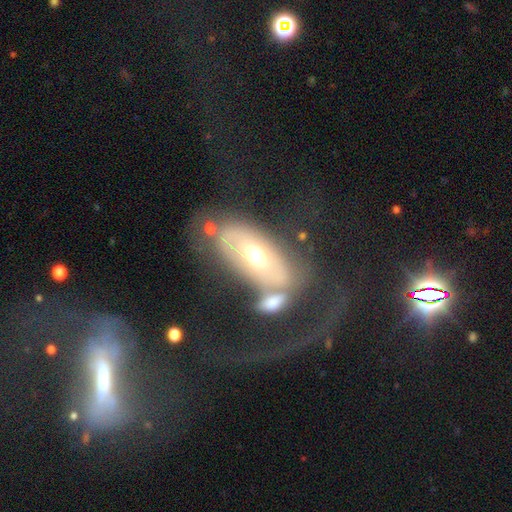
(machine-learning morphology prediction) smooth-or-featured: featured or disk: 60% | smooth: 33% | star or artifact: 7%
  disk-edge-on: no: 87% | yes: 13%
    bar: no: 70% | weak: 20% | strong: 11%
    has-spiral-arms: no: 53% | yes: 47%
    bulge-size: moderate: 71% | large: 14% | small: 12% | dominant: 2% | none: 1%
  merging: none: 31% | major disturbance: 30% | merger: 25% | minor disturbance: 13%